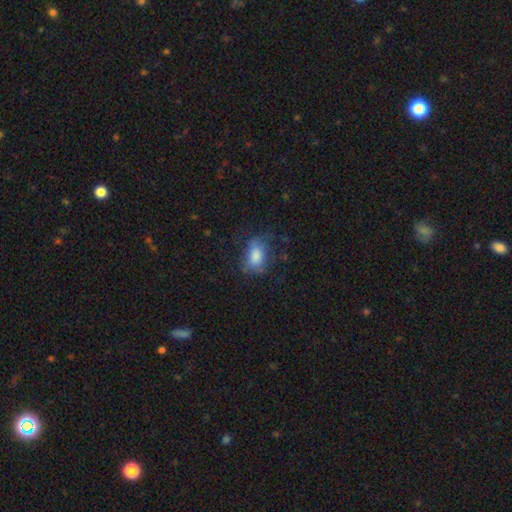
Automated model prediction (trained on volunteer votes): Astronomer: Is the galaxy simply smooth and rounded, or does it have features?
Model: smooth — 73%.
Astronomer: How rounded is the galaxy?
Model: in between — 84%.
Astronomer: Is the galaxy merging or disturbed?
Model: none — 55%.